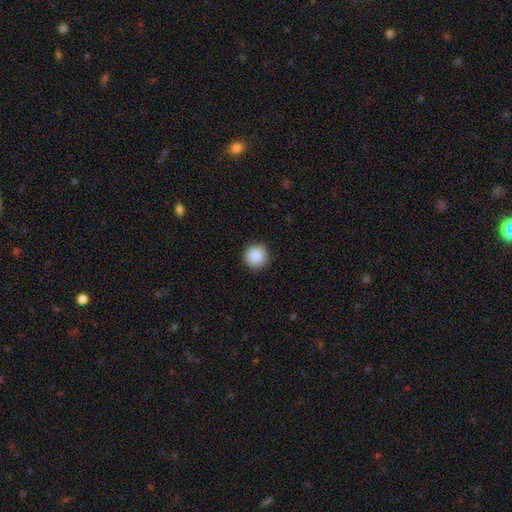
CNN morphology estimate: smooth-or-featured: smooth: 89% | star or artifact: 8% | featured or disk: 3%
  how-rounded: round: 95% | in between: 4% | cigar-shaped: 1%
  merging: none: 92% | minor disturbance: 6% | major disturbance: 2% | merger: 1%